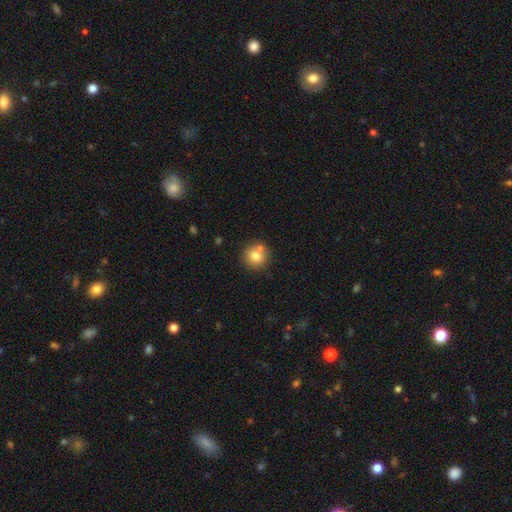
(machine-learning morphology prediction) smooth-or-featured: smooth: 76% | featured or disk: 13% | star or artifact: 11%
  how-rounded: round: 92% | in between: 7% | cigar-shaped: 1%
  merging: none: 70% | merger: 19% | minor disturbance: 9% | major disturbance: 2%